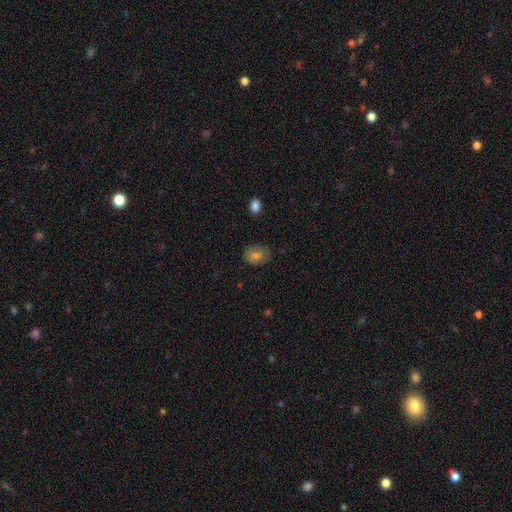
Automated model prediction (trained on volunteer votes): Q: Smooth or featured?
A: smooth (68%); runner-up: featured or disk (20%)
Q: How rounded?
A: in between (58%); runner-up: round (41%)
Q: Merging?
A: none (77%); runner-up: minor disturbance (17%)